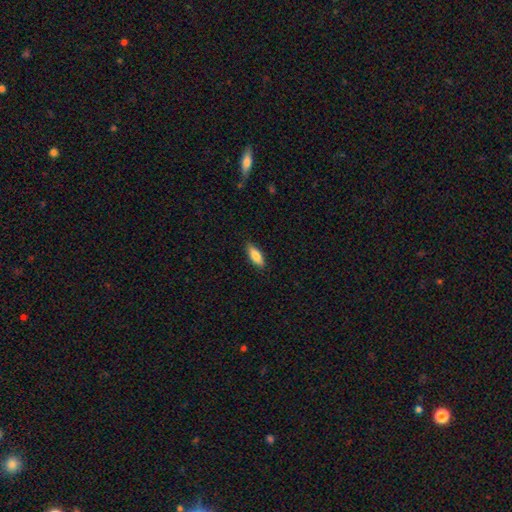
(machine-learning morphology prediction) Q: Smooth or featured?
A: smooth (82%); runner-up: featured or disk (12%)
Q: How rounded?
A: in between (68%); runner-up: cigar-shaped (30%)
Q: Merging?
A: none (88%); runner-up: minor disturbance (10%)